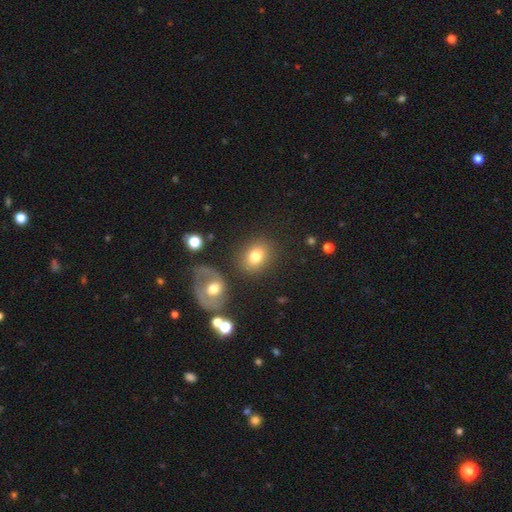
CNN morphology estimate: Smooth or featured? Predicted: smooth (p=0.78). How rounded? Predicted: in between (p=0.52). Merging? Predicted: none (p=0.74).